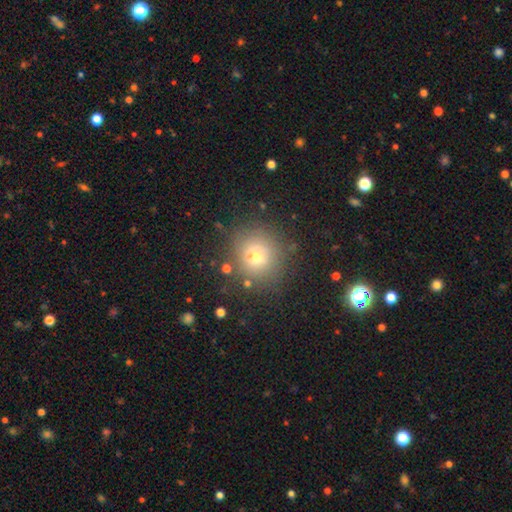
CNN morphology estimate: This is likely a smooth galaxy (68%). How rounded: clearly round (89%). Merging: likely none (79%).